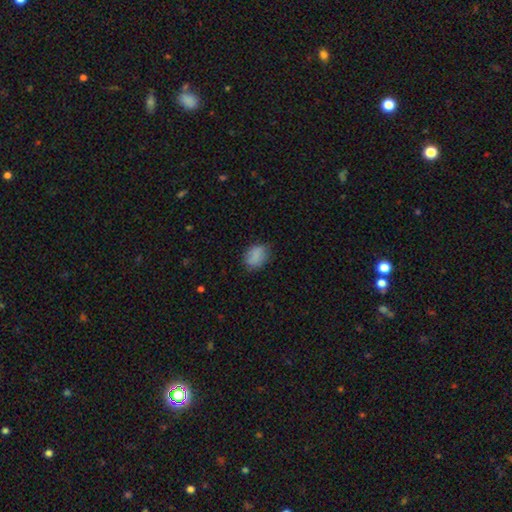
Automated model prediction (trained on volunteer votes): This is clearly a smooth galaxy (83%). How rounded: likely in between (68%). Merging: likely none (74%).